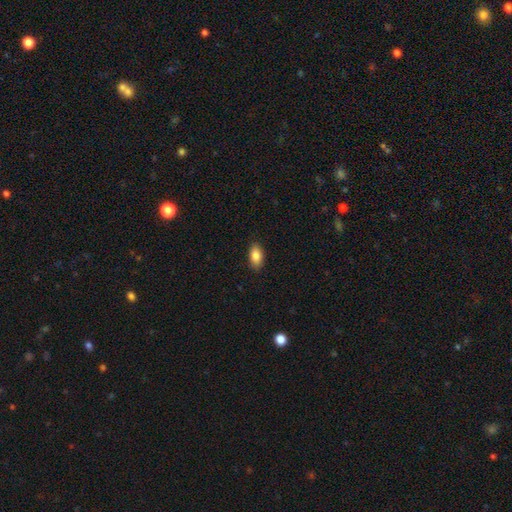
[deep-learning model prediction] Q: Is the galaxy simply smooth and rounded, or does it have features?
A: smooth — 85%.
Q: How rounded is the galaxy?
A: in between — 92%.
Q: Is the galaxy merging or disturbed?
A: none — 89%.